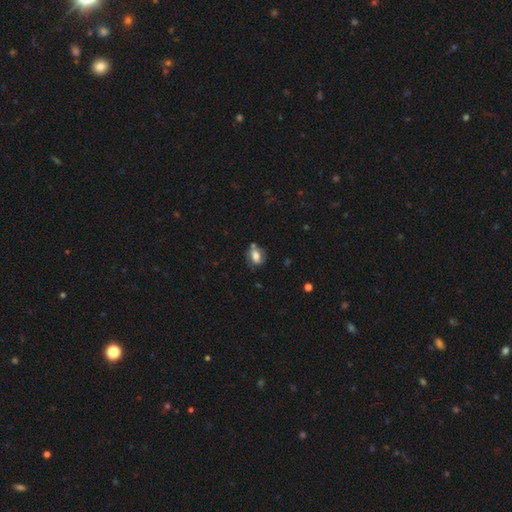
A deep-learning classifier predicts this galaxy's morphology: Smooth or featured? smooth (64%)
How rounded? in between (71%)
Merging? none (61%)